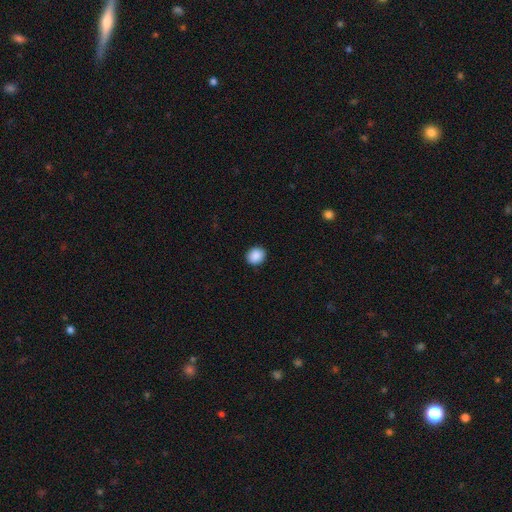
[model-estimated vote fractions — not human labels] smooth-or-featured: smooth: 90% | star or artifact: 8% | featured or disk: 3%
  how-rounded: round: 70% | in between: 29% | cigar-shaped: 1%
  merging: none: 91% | minor disturbance: 6% | major disturbance: 2% | merger: 1%